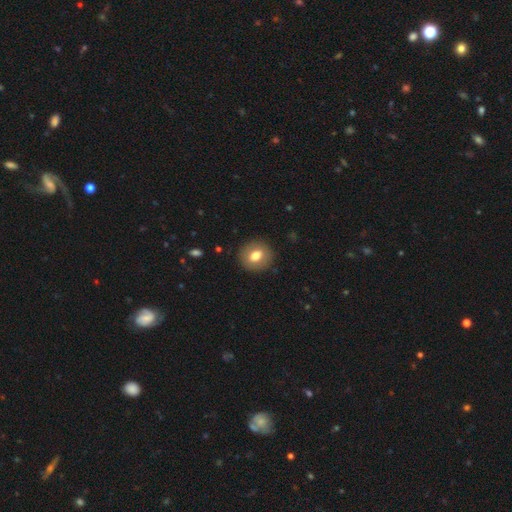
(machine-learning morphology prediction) Smooth or featured: smooth — 74% (featured or disk — 18%)
How rounded: round — 71% (in between — 28%)
Merging: none — 89% (minor disturbance — 7%)